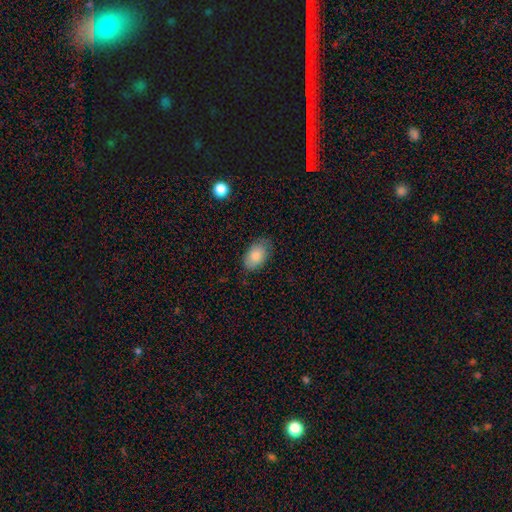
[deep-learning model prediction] This appears to be a smooth galaxy with no disk features (84%) that is in between round and cigar-shaped (89%). Merging: none (75%).